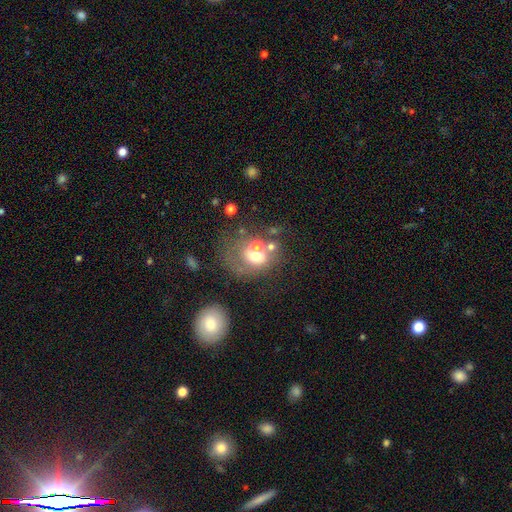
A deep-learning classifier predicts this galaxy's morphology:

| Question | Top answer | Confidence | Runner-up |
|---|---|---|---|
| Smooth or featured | smooth | 50% | featured or disk (35%) |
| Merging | merger | 43% | none (29%) |